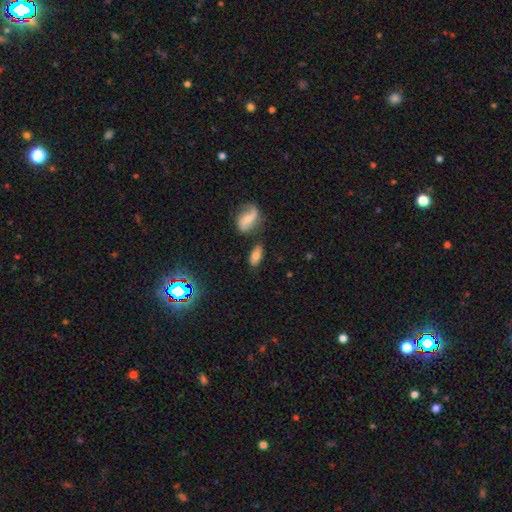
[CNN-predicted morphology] This is likely a smooth galaxy (68%). How rounded: clearly in between (87%). Merging: likely none (71%).